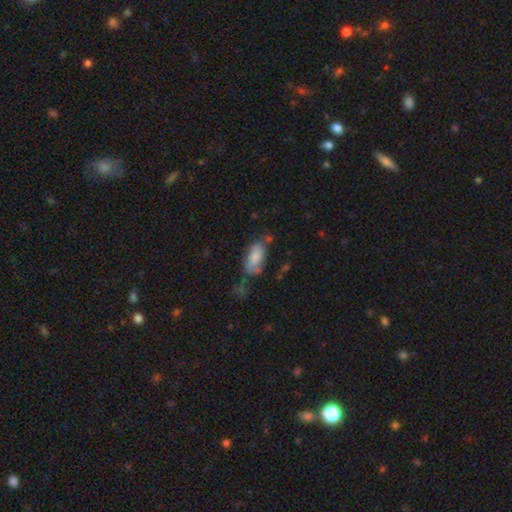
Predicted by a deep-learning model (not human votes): Overall: smooth (76%). How rounded: in between (88%). Merging: none (51%; minor disturbance 28%).